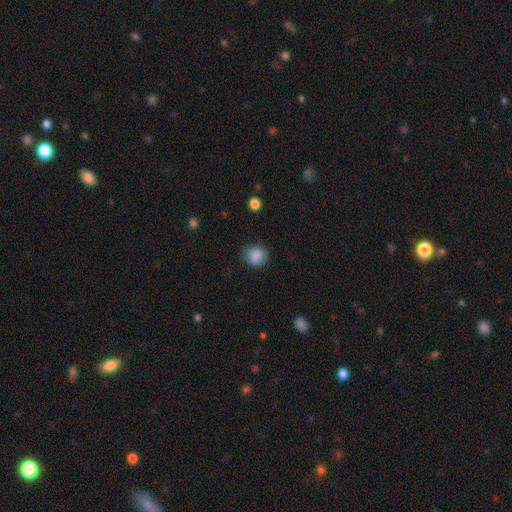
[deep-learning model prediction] Smooth or featured? smooth (86%)
How rounded? round (71%)
Merging? none (80%)